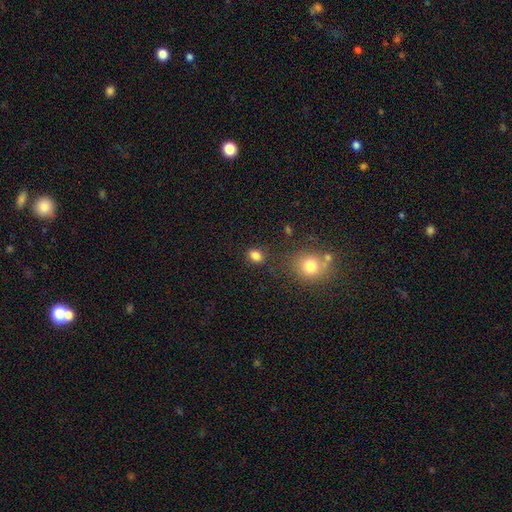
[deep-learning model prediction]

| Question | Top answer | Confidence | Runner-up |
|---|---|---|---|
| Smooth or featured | smooth | 83% | star or artifact (12%) |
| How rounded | in between | 60% | round (38%) |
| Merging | none | 79% | minor disturbance (12%) |